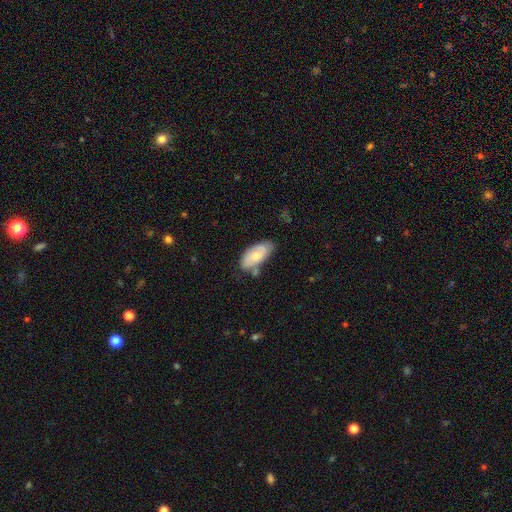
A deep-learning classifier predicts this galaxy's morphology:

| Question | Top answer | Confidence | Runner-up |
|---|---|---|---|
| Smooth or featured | smooth | 55% | featured or disk (39%) |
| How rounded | in between | 91% | cigar-shaped (7%) |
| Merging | none | 58% | minor disturbance (26%) |